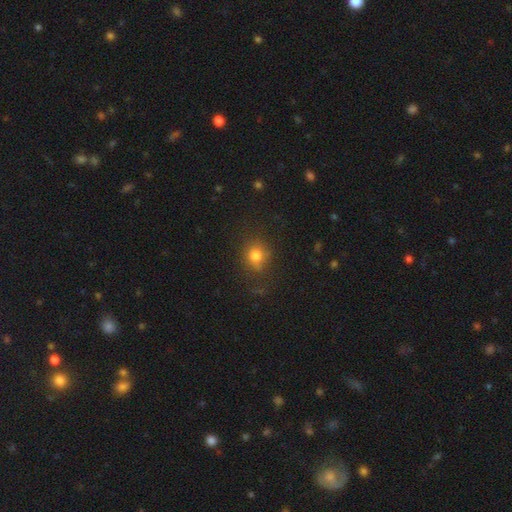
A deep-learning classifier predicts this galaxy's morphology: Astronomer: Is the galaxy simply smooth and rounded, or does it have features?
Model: smooth — 76%.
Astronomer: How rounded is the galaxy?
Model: round — 75%.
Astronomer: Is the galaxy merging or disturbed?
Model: none — 73%.